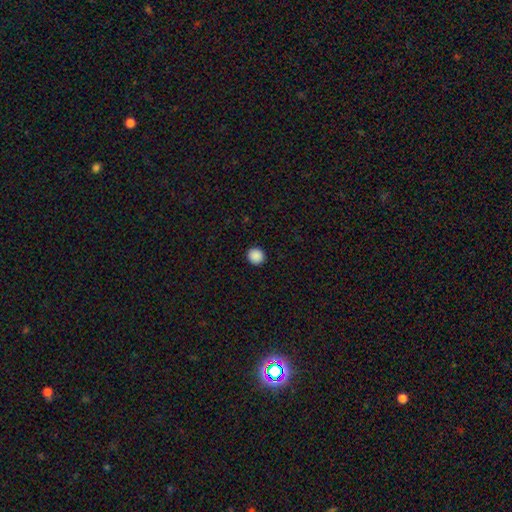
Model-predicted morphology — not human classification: Smooth or featured? smooth (89%)
How rounded? round (94%)
Merging? none (93%)